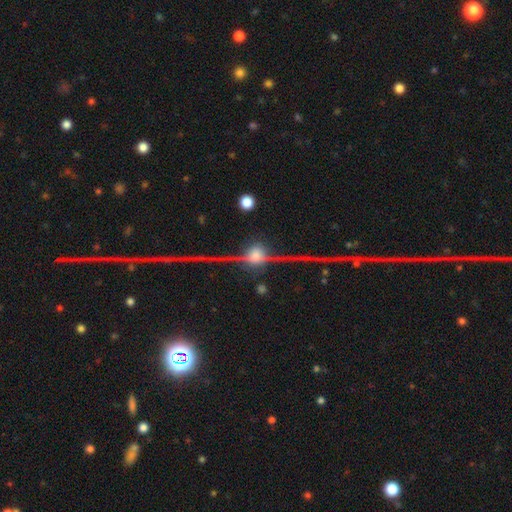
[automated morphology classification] This appears to be a featured or disk galaxy (77%) viewed edge-on (94%) with a rounded central bulge (91%). Merging: none (81%).